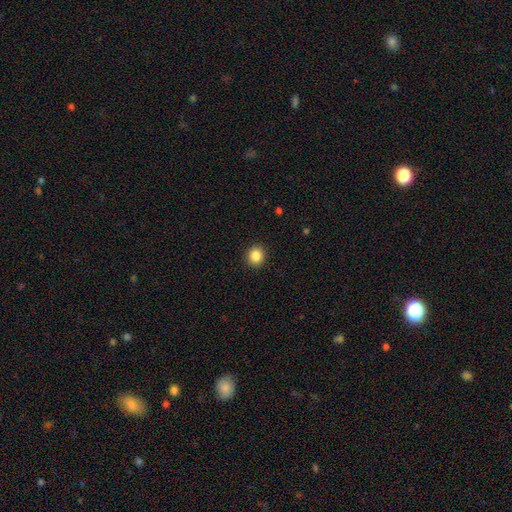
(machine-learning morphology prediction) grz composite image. It shows a smooth galaxy with no disk features (86%) that is round (88%). Merging: none (92%).